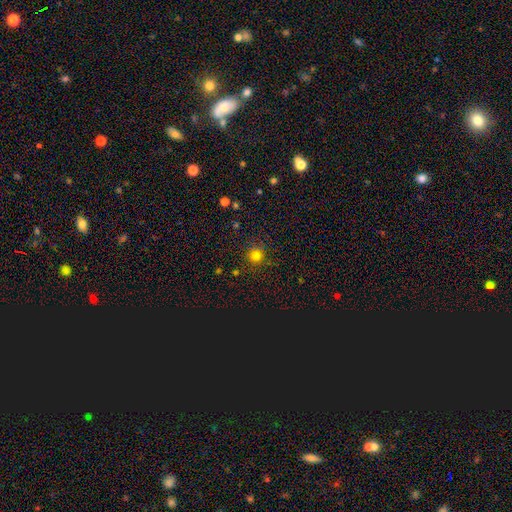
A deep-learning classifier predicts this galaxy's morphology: type=smooth (77%); roundness=round (94%); merging=none (88%).